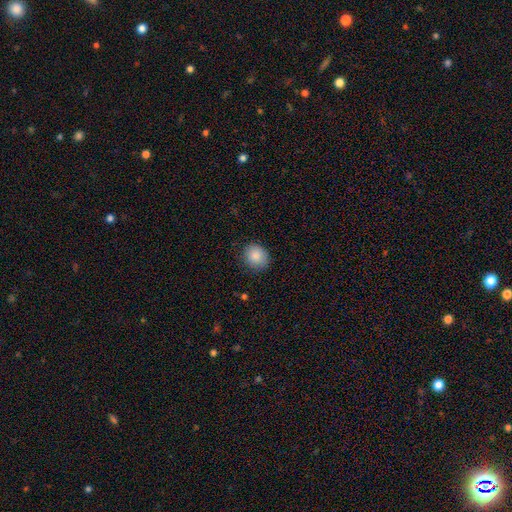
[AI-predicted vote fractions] This is clearly a smooth galaxy (86%). How rounded: likely round (70%). Merging: clearly none (83%).